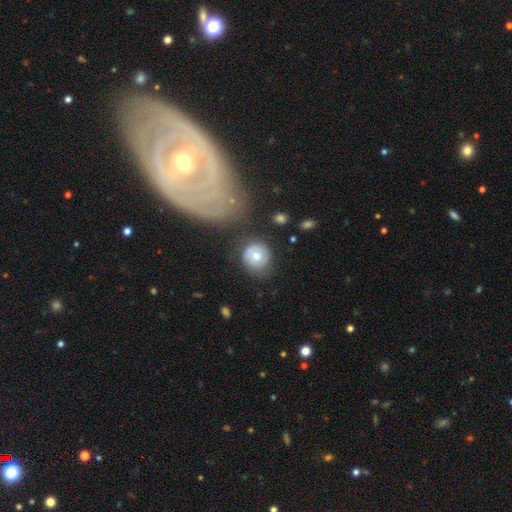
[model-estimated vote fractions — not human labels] smooth 61%, featured or disk 31%, star or artifact 8%. Down the decision tree: how rounded — round (86%); merging — none (72%).